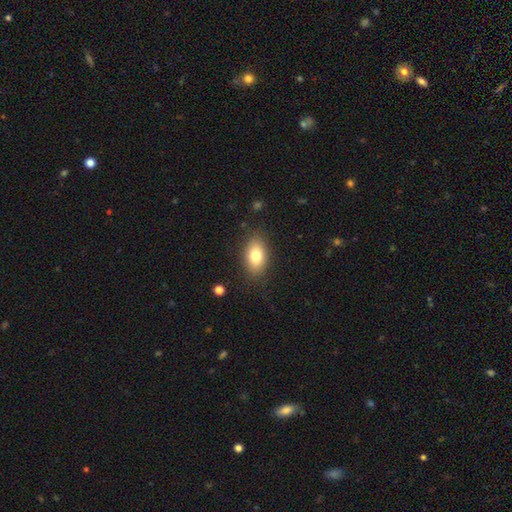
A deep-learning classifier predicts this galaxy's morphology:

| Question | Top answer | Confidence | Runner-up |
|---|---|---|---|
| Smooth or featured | smooth | 79% | featured or disk (13%) |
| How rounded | in between | 89% | round (8%) |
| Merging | none | 84% | minor disturbance (11%) |